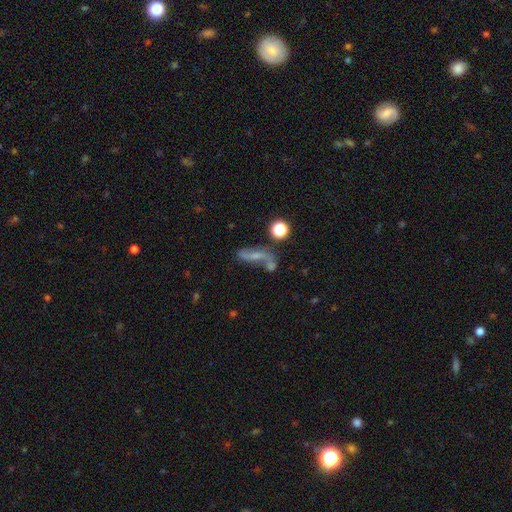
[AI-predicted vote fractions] The model was most divided on "merging": none: 42%, merger: 25%, minor disturbance: 17%, major disturbance: 16%. More confident: edge-on disk — no (83%); smooth or featured — featured or disk (56%).